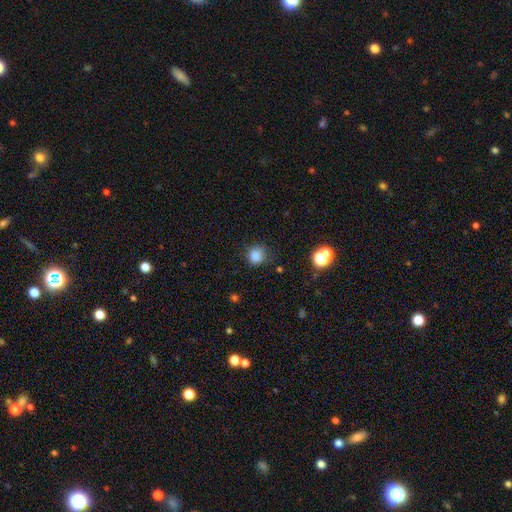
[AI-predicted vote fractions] smooth_or_featured: smooth (p=0.84) [alt: star or artifact p=0.12]
how_rounded: round (p=0.90) [alt: in between p=0.10]
merging: none (p=0.81) [alt: minor disturbance p=0.13]